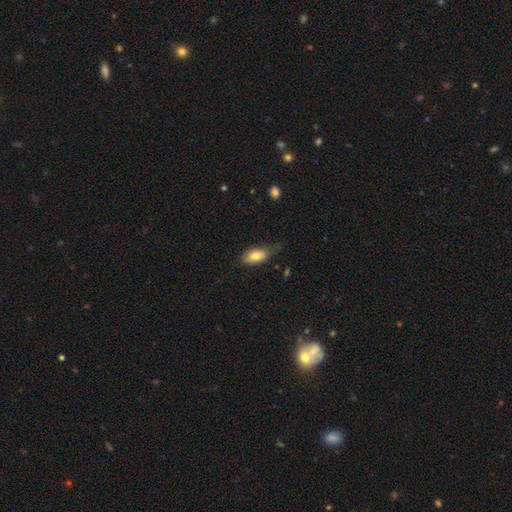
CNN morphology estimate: A smooth galaxy with no disk features (81%) that is in between round and cigar-shaped (90%). Merging: none (61%).